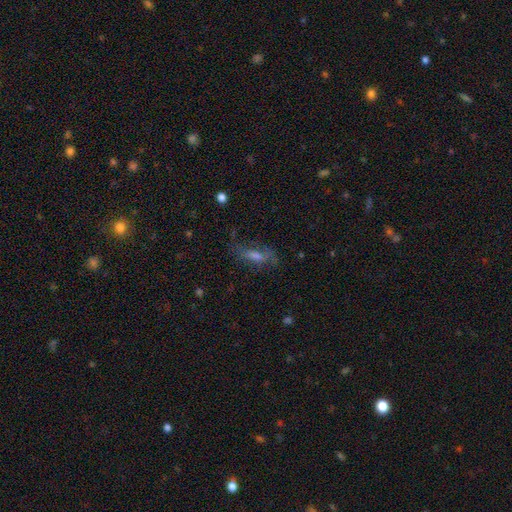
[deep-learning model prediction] smooth_or_featured: featured or disk (p=0.44) [alt: smooth p=0.39]
merging: none (p=0.60) [alt: minor disturbance p=0.21]